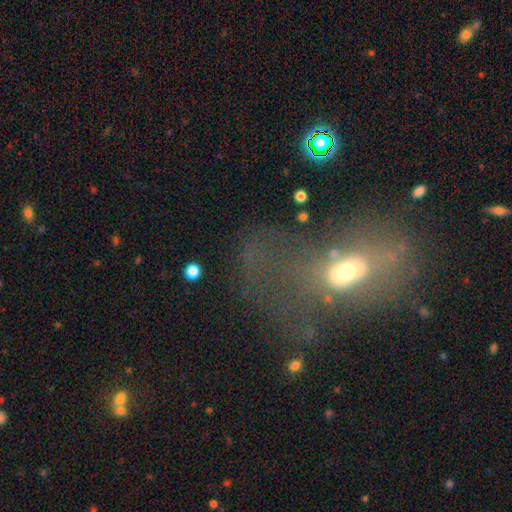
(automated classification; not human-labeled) Smooth or featured? smooth (38%, tied with featured or disk)
Merging? major disturbance (46%)